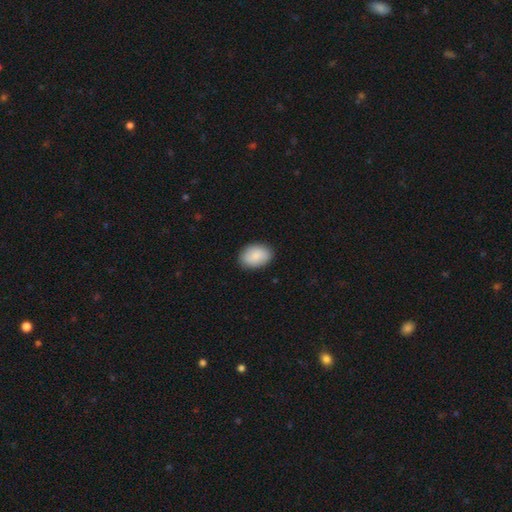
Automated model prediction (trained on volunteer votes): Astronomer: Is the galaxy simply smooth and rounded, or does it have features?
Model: smooth — 88%.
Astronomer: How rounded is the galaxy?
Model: in between — 80%.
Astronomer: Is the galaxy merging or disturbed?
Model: none — 87%.